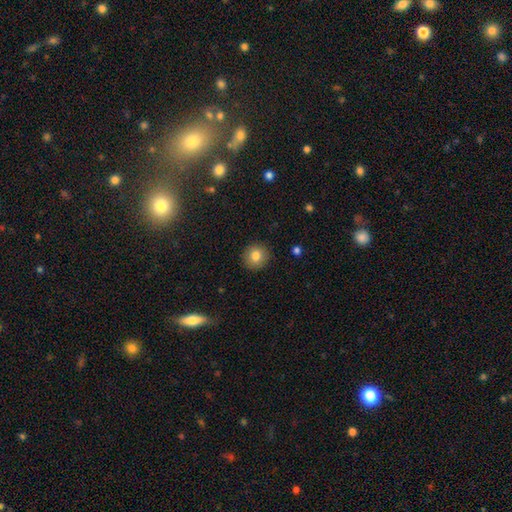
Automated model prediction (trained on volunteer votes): Smooth or featured? Predicted: smooth (p=0.82). How rounded? Predicted: round (p=0.90). Merging? Predicted: none (p=0.90).